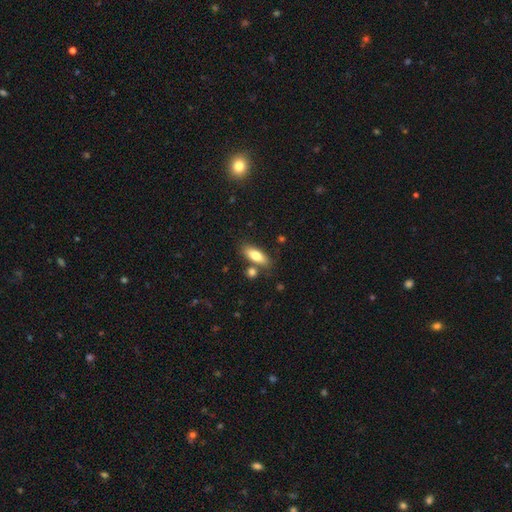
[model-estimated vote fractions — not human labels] smooth 77%, featured or disk 16%, star or artifact 7%. Down the decision tree: how rounded — in between (72%); merging — none (75%).